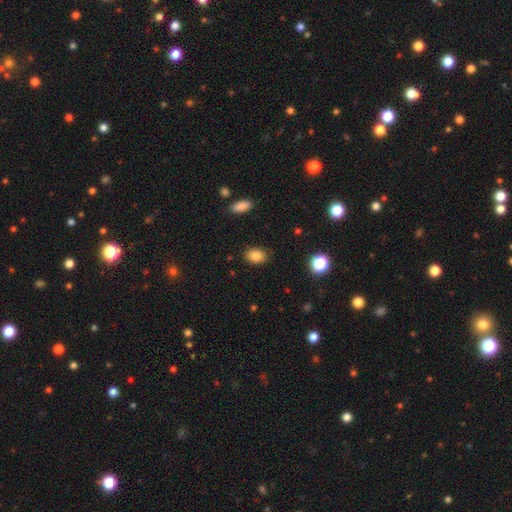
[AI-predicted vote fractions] Smooth or featured?
  - smooth: 84% *
  - star or artifact: 10%
  - featured or disk: 6%
How rounded?
  - in between: 76% *
  - round: 23%
  - cigar-shaped: 1%
Merging?
  - none: 86% *
  - minor disturbance: 10%
  - major disturbance: 2%
  - merger: 1%